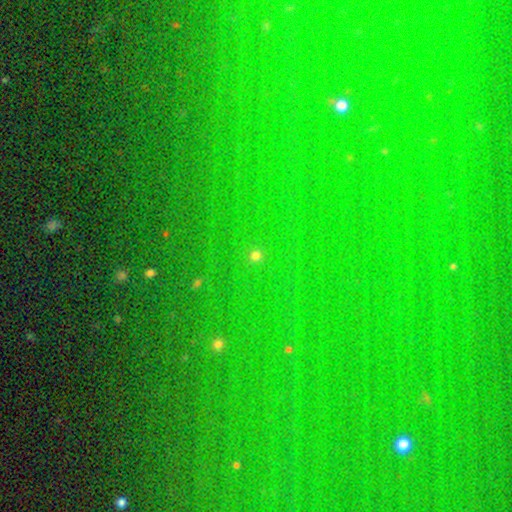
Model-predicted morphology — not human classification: Q: Smooth or featured?
A: smooth (46%); tied with: star or artifact (46%)
Q: Merging?
A: none (81%); runner-up: minor disturbance (8%)